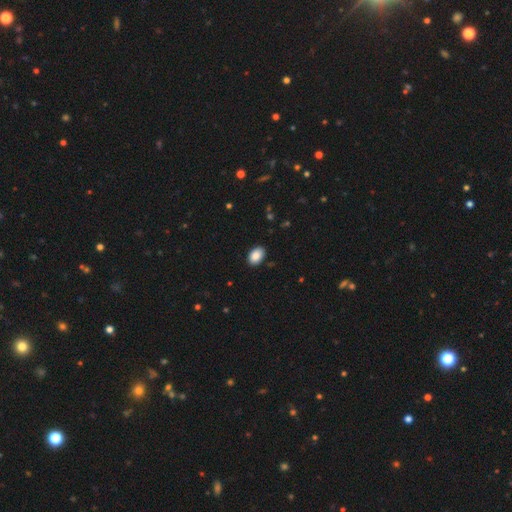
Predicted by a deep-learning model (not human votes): This appears to be a smooth galaxy with no disk features (89%) that is in between round and cigar-shaped (89%). Merging: none (89%).